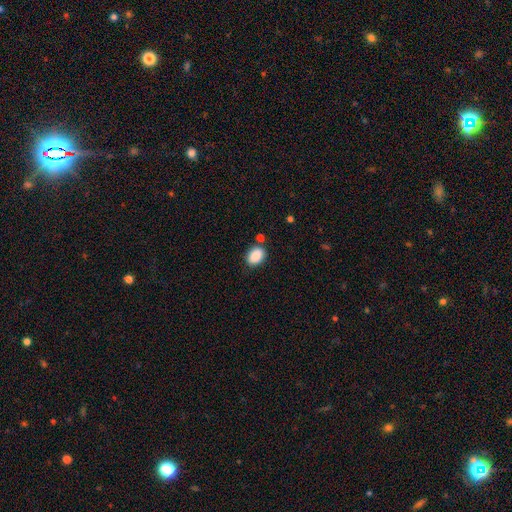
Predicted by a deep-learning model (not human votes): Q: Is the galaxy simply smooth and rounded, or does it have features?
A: smooth — 89%.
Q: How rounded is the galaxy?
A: in between — 80%.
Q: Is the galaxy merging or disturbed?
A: none — 76%.